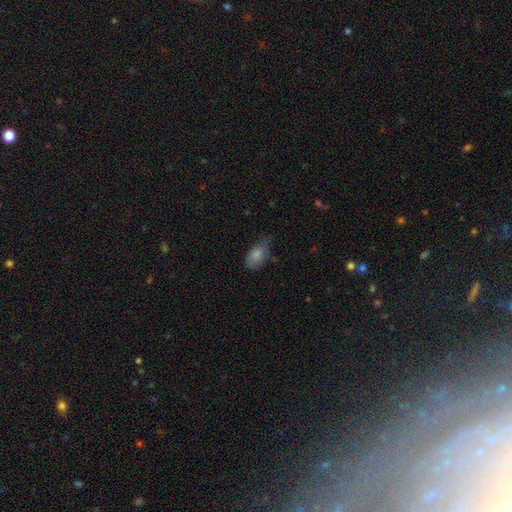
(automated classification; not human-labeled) smooth_or_featured: smooth (p=0.74) [alt: featured or disk p=0.15]
how_rounded: in between (p=0.88) [alt: round p=0.07]
merging: none (p=0.51) [alt: minor disturbance p=0.35]